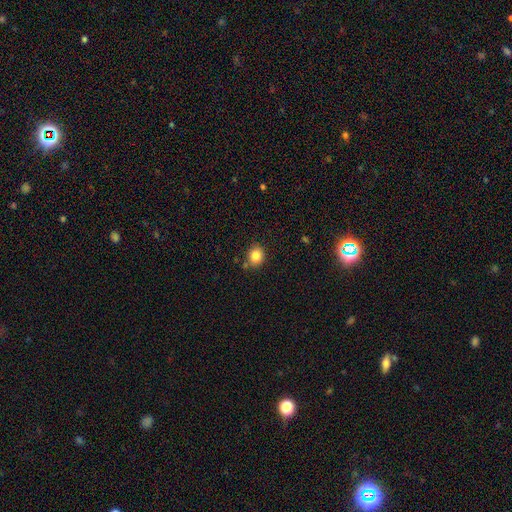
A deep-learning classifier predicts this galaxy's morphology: smooth-or-featured: smooth: 84% | star or artifact: 10% | featured or disk: 6%
  how-rounded: round: 74% | in between: 25% | cigar-shaped: 1%
  merging: none: 79% | minor disturbance: 12% | merger: 6% | major disturbance: 3%